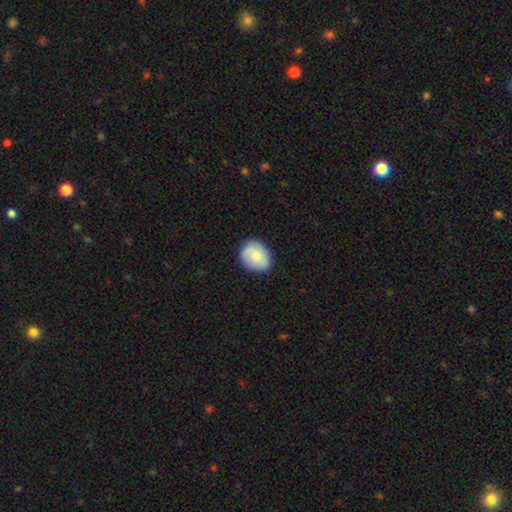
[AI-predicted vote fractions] smooth-or-featured: smooth: 70% | featured or disk: 23% | star or artifact: 6%
  how-rounded: round: 54% | in between: 45% | cigar-shaped: 1%
  merging: none: 81% | minor disturbance: 15% | major disturbance: 3% | merger: 1%